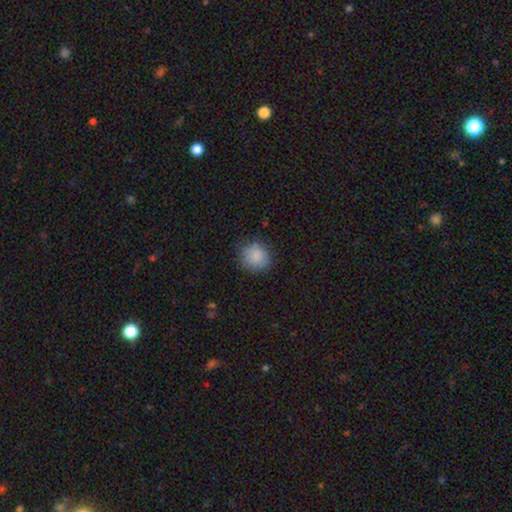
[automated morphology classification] A smooth galaxy with no disk features (85%) that is round (84%). Merging: none (78%).